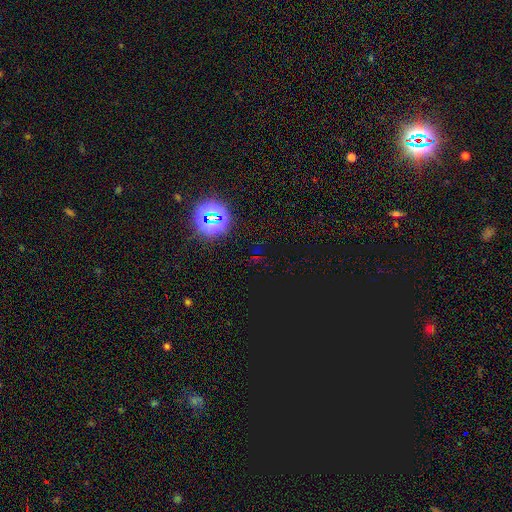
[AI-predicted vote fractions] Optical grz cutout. It shows a star or artifact, not a galaxy (79%).